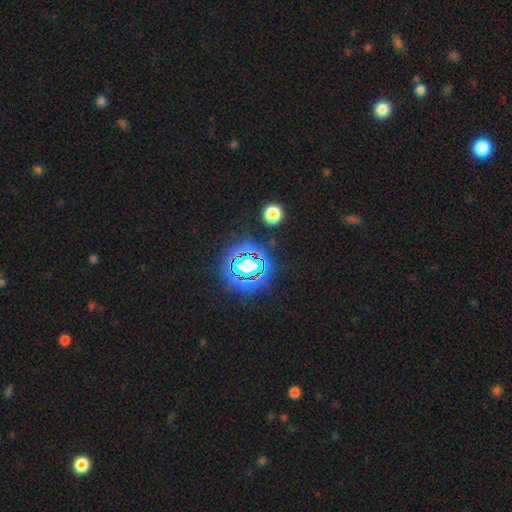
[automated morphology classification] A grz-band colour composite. It shows a star or artifact, not a galaxy (82%).